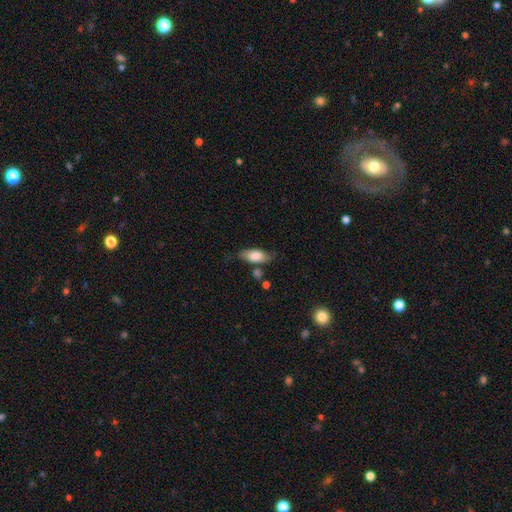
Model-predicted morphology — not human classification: Smooth or featured: smooth — 76% (featured or disk — 17%)
How rounded: in between — 82% (cigar-shaped — 15%)
Merging: none — 71% (minor disturbance — 19%)